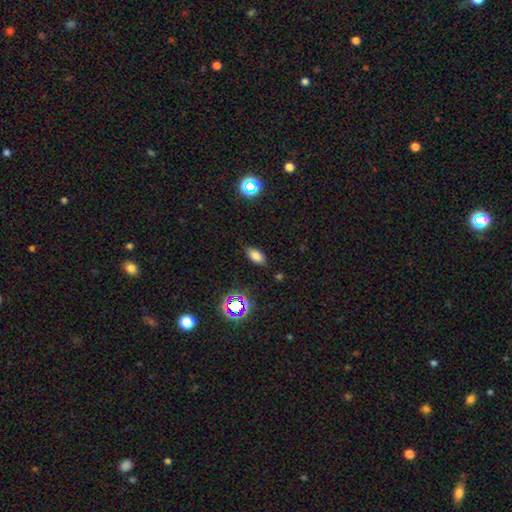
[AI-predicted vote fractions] Q: Smooth or featured?
A: smooth (75%); runner-up: star or artifact (16%)
Q: How rounded?
A: in between (89%); runner-up: round (6%)
Q: Merging?
A: none (84%); runner-up: minor disturbance (12%)